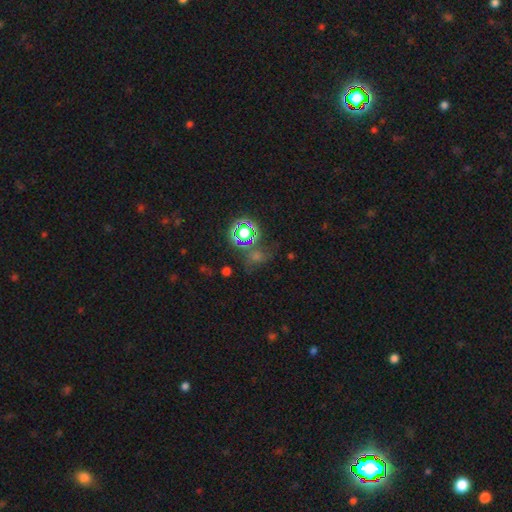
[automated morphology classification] type=star or artifact (60%).